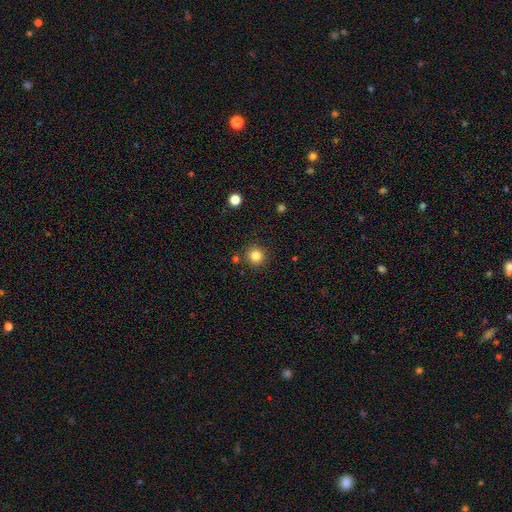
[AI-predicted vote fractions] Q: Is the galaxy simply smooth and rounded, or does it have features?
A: smooth — 84%.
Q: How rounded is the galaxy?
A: round — 95%.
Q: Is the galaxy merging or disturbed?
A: none — 88%.